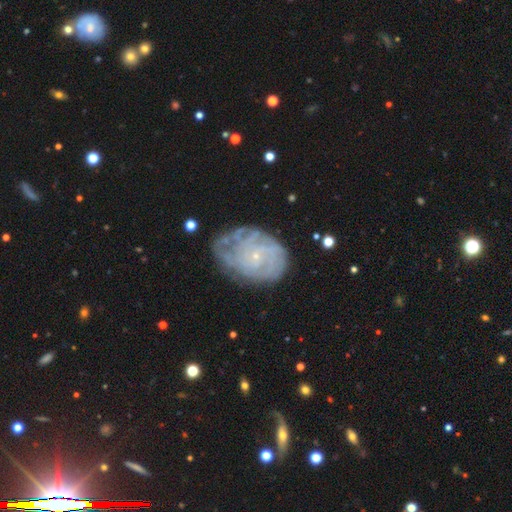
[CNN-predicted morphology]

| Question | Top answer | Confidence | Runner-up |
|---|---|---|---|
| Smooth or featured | featured or disk | 76% | smooth (15%) |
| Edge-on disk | no | 97% | yes (3%) |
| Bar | no | 76% | weak (20%) |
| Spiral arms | yes | 89% | no (11%) |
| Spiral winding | tight | 70% | medium (23%) |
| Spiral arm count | can't tell | 44% | 4 (16%) |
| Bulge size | small | 87% | moderate (8%) |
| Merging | none | 65% | minor disturbance (23%) |